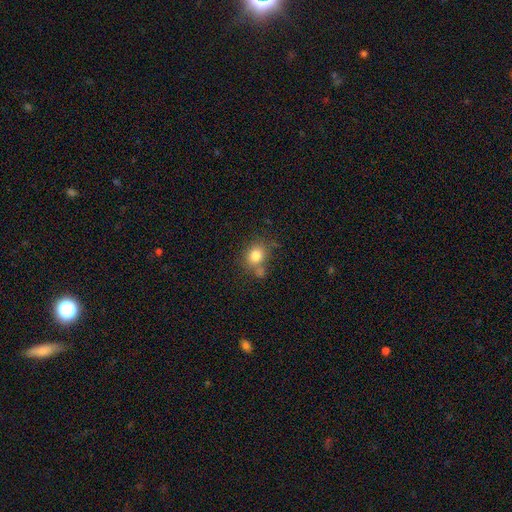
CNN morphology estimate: type=smooth (80%); roundness=round (67%); merging=none (60%).